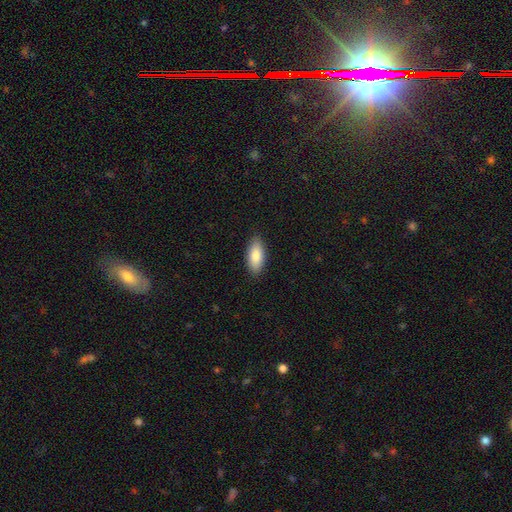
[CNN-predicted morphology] This is clearly a smooth galaxy (85%). How rounded: clearly in between (84%). Merging: clearly none (88%).